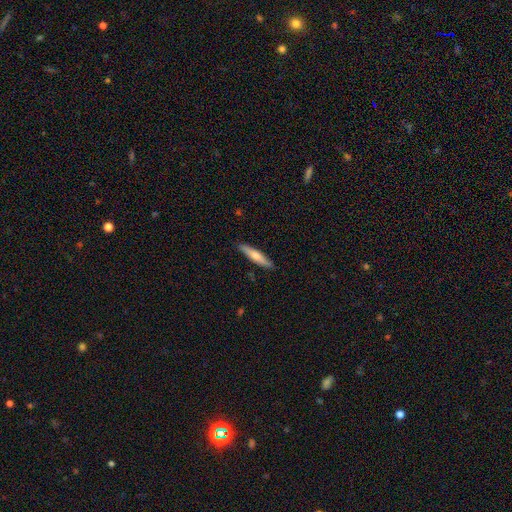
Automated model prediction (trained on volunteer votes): Smooth or featured?
  - smooth: 60% *
  - featured or disk: 35%
  - star or artifact: 5%
How rounded?
  - cigar-shaped: 87% *
  - in between: 12%
  - round: 1%
Merging?
  - none: 89% *
  - minor disturbance: 8%
  - major disturbance: 2%
  - merger: 1%